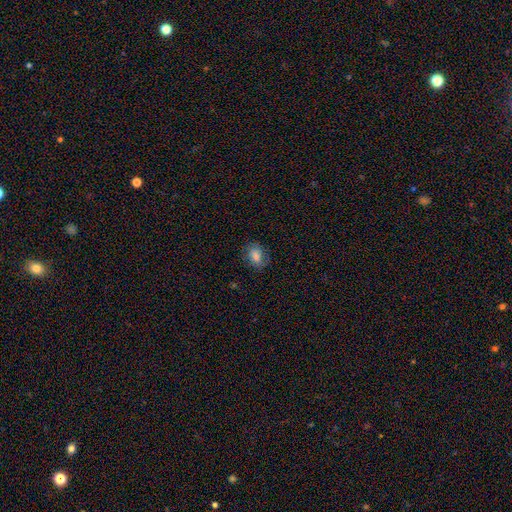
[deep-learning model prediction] This appears to be a smooth galaxy with no disk features (68%) that is in between round and cigar-shaped (69%). Merging: none (75%).